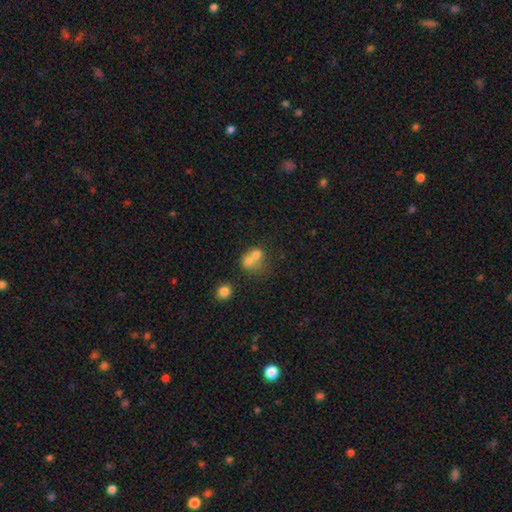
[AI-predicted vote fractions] The model was most divided on "how rounded": round: 65%, in between: 33%, cigar-shaped: 1%. More confident: smooth or featured — smooth (68%); merging — merger (66%).